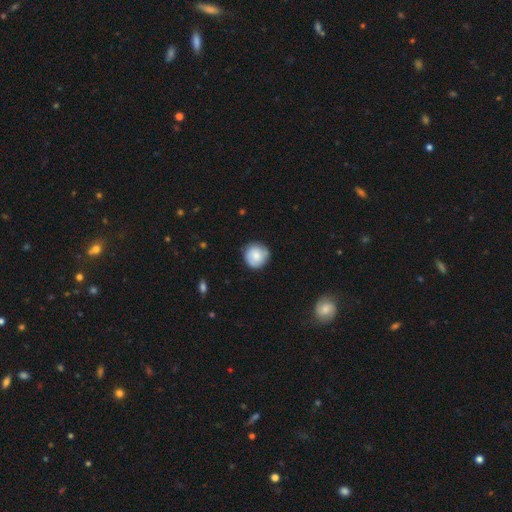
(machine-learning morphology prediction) This is likely a smooth galaxy (77%). How rounded: clearly round (92%). Merging: likely none (80%).